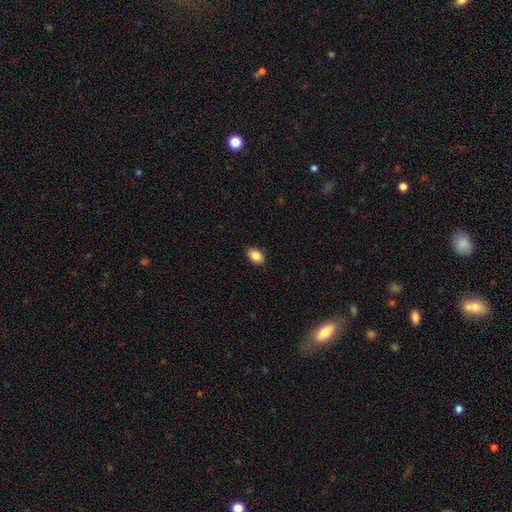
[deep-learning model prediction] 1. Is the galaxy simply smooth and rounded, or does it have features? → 87% smooth, 8% star or artifact, 5% featured or disk.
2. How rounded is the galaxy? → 85% in between, 14% round, 1% cigar-shaped.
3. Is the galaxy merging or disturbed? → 89% none, 8% minor disturbance, 2% major disturbance, 1% merger.